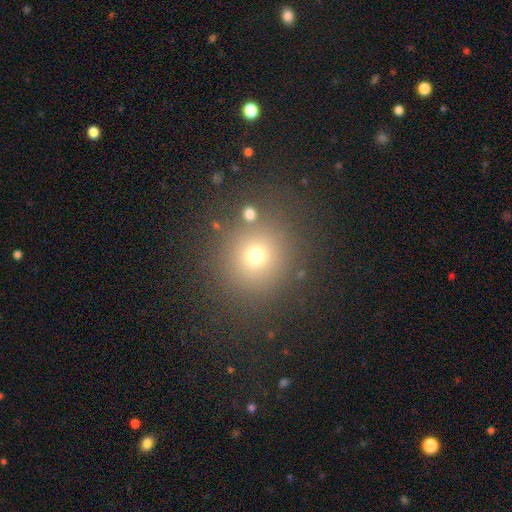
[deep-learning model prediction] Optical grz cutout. It shows a smooth galaxy with no disk features (67%) that is round (91%). Merging: none (82%).